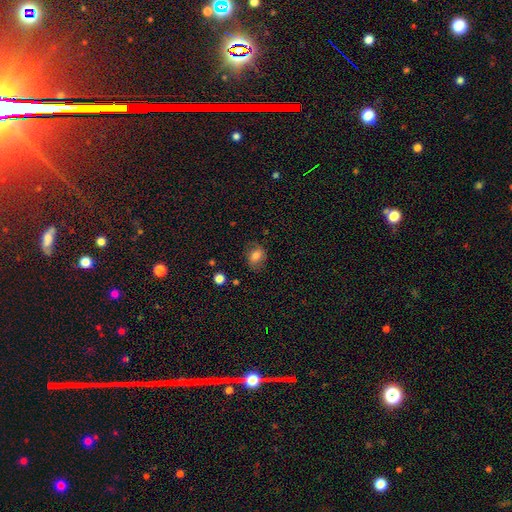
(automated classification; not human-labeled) Morphology: type=smooth (73%); roundness=round (51%); merging=none (72%).